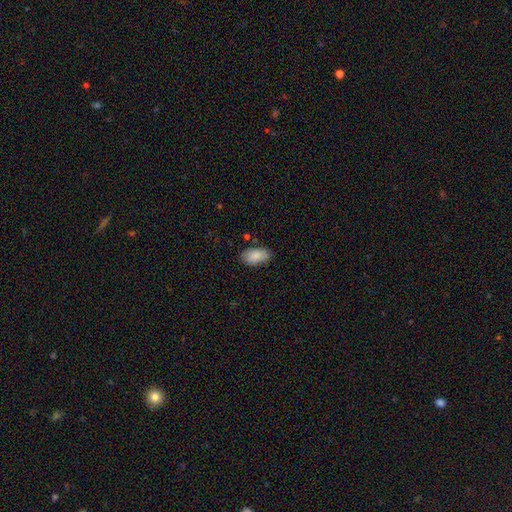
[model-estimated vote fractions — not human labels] This appears to be a smooth galaxy with no disk features (87%) that is in between round and cigar-shaped (94%). Merging: none (81%).